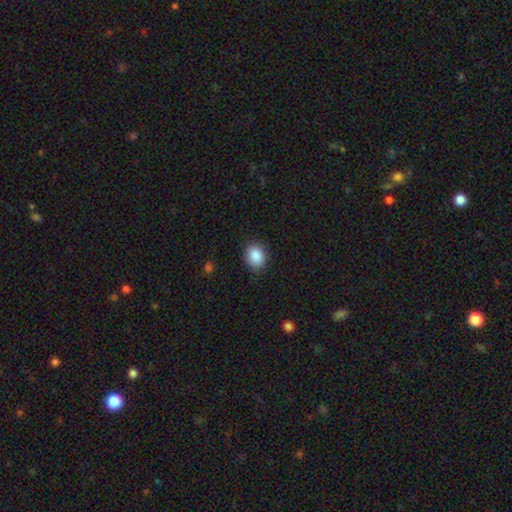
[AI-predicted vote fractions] Smooth or featured? Predicted: smooth (p=0.89). How rounded? Predicted: in between (p=0.55). Merging? Predicted: none (p=0.85).